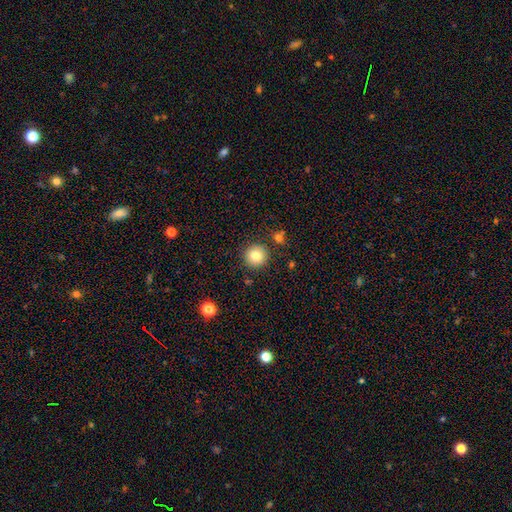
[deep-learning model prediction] Q: Smooth or featured?
A: smooth (83%); runner-up: star or artifact (10%)
Q: How rounded?
A: round (95%); runner-up: in between (5%)
Q: Merging?
A: none (88%); runner-up: minor disturbance (7%)